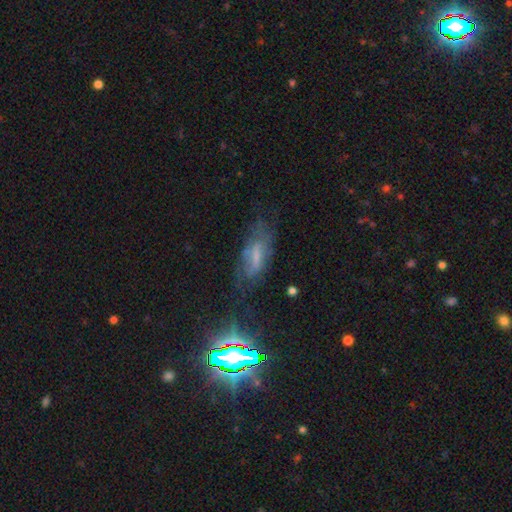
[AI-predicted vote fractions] Smooth or featured?
  - featured or disk: 45% *
  - smooth: 35%
  - star or artifact: 20%
Merging?
  - none: 55% *
  - minor disturbance: 25%
  - major disturbance: 17%
  - merger: 3%